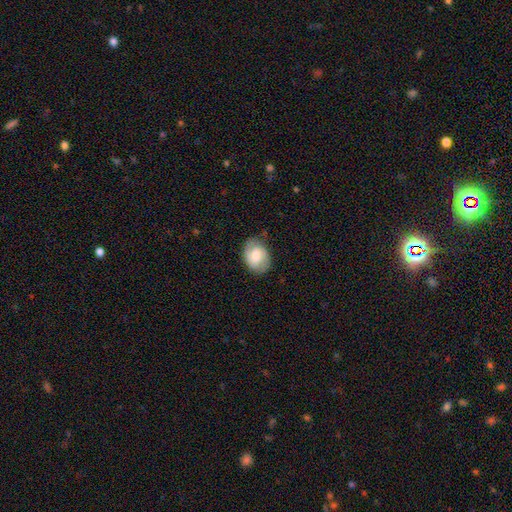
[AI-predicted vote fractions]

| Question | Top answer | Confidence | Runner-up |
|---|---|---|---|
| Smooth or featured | featured or disk | 51% | smooth (42%) |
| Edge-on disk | no | 97% | yes (3%) |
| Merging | none | 77% | minor disturbance (17%) |